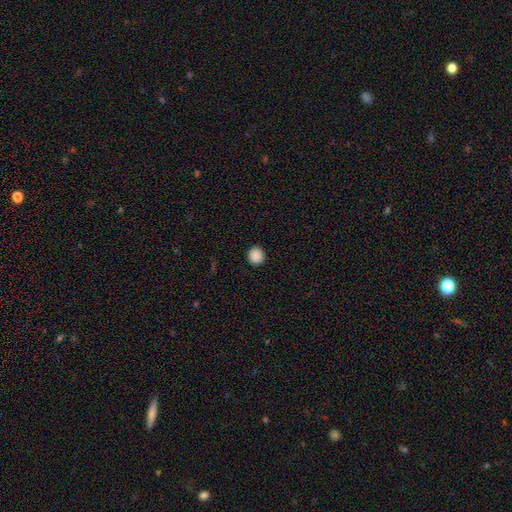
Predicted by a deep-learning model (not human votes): A smooth galaxy with no disk features (89%) that is round (90%). Merging: none (92%).